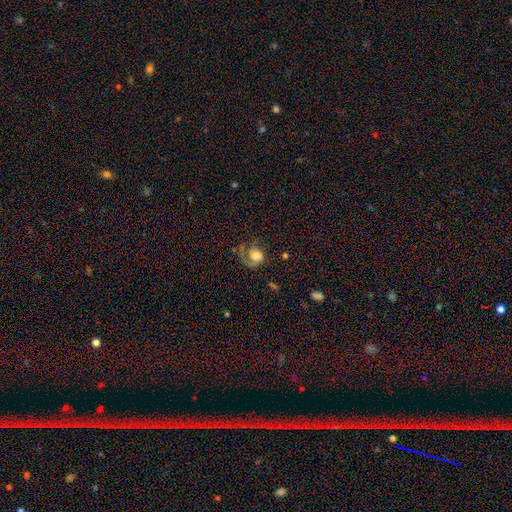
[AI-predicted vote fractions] A featured or disk galaxy (47%).

Vote fractions:
- Smooth or featured? featured or disk: 47% / smooth: 43% / star or artifact: 9%
- Merging? major disturbance: 40% / none: 37% / minor disturbance: 20% / merger: 3%